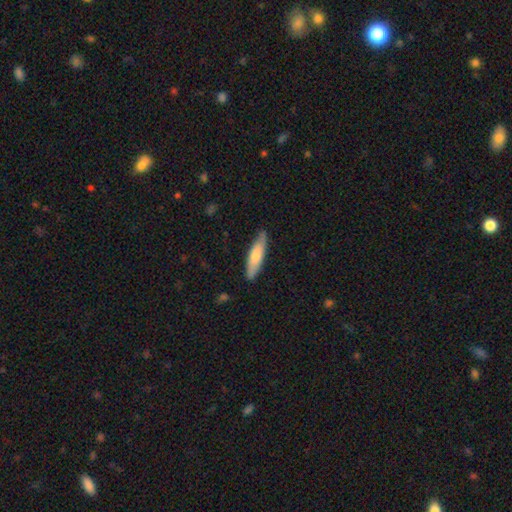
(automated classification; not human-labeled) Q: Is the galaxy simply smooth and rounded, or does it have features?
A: smooth — 71%.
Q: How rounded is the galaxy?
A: cigar-shaped — 71%.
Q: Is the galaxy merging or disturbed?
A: none — 84%.